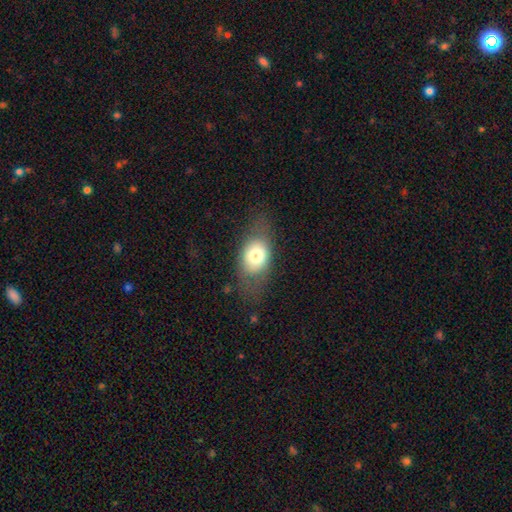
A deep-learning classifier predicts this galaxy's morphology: type=smooth (69%); roundness=in between (73%); merging=none (66%).